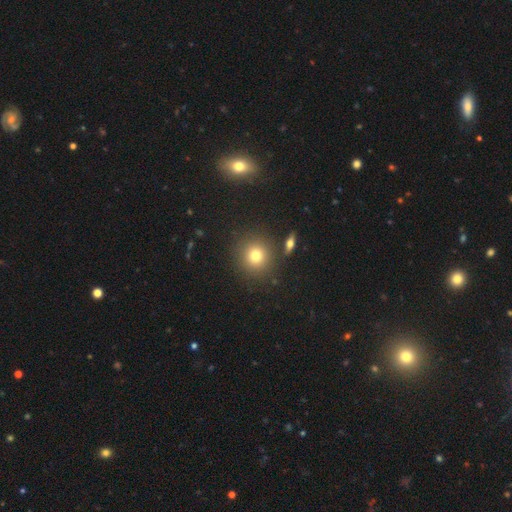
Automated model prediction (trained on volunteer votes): smooth-or-featured: smooth: 77% | star or artifact: 13% | featured or disk: 9%
  how-rounded: round: 91% | in between: 8% | cigar-shaped: 1%
  merging: none: 86% | minor disturbance: 7% | merger: 4% | major disturbance: 3%